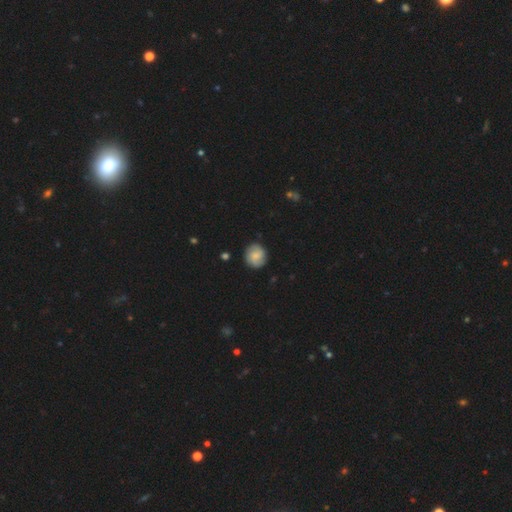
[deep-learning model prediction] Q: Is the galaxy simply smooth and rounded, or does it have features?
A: smooth — 62%.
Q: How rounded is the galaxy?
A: round — 87%.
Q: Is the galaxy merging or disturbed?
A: none — 86%.